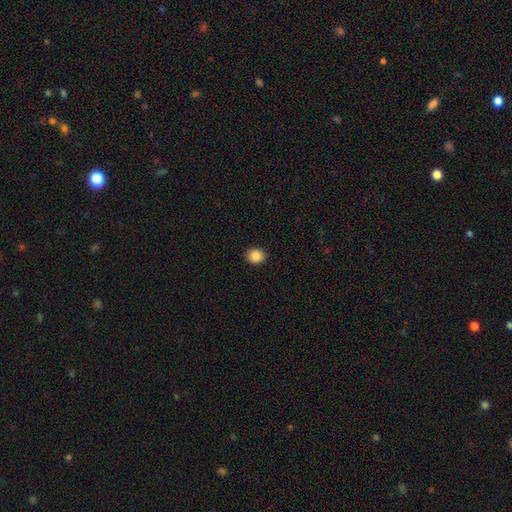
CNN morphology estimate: Overall: smooth (86%). How rounded: round (68%; in between 31%). Merging: none (91%).